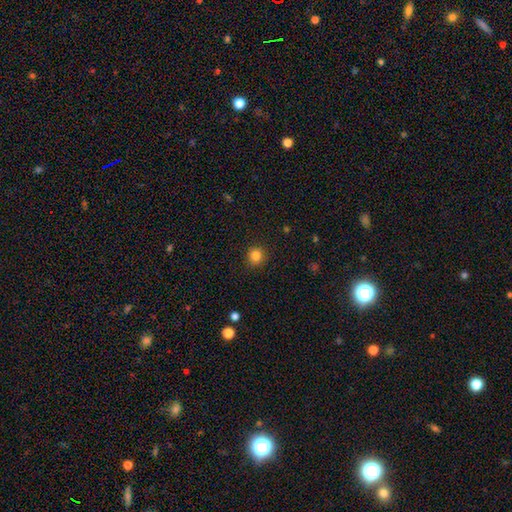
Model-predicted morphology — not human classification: A smooth galaxy with no disk features (84%) that is round (92%).

Vote fractions:
- Smooth or featured? smooth: 84% / star or artifact: 12% / featured or disk: 4%
- How rounded? round: 92% / in between: 7% / cigar-shaped: 1%
- Merging? none: 90% / minor disturbance: 7% / major disturbance: 2% / merger: 1%